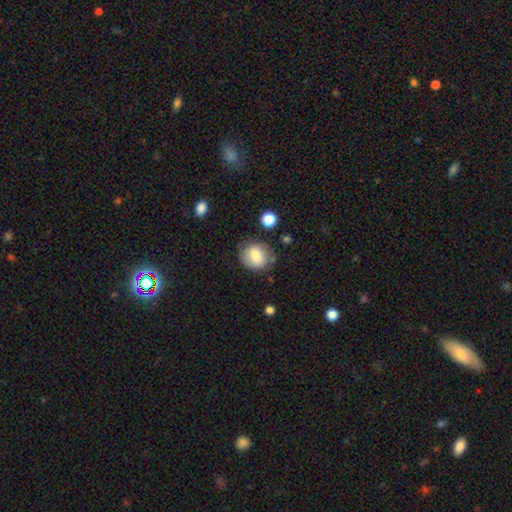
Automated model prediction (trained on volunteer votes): Overall: smooth (74%). How rounded: round (63%; in between 36%). Merging: none (74%).